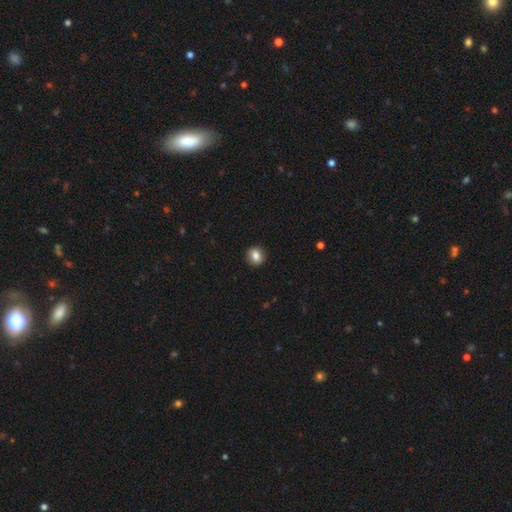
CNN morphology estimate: A smooth galaxy with no disk features (83%) that is round (75%).

Vote fractions:
- Smooth or featured? smooth: 83% / star or artifact: 9% / featured or disk: 8%
- How rounded? round: 75% / in between: 24% / cigar-shaped: 1%
- Merging? none: 90% / minor disturbance: 7% / major disturbance: 2% / merger: 1%